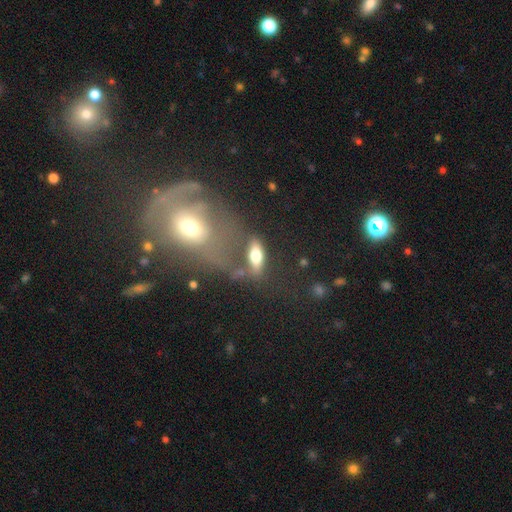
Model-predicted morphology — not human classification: A smooth galaxy with no disk features (64%) that is in between round and cigar-shaped (74%).

Vote fractions:
- Smooth or featured? smooth: 64% / featured or disk: 28% / star or artifact: 9%
- How rounded? in between: 74% / cigar-shaped: 21% / round: 6%
- Merging? none: 55% / merger: 17% / minor disturbance: 16% / major disturbance: 13%